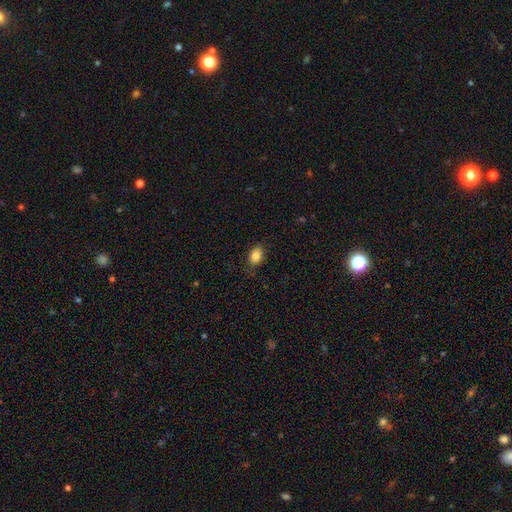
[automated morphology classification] smooth_or_featured: smooth (p=0.83) [alt: star or artifact p=0.09]
how_rounded: in between (p=0.81) [alt: round p=0.18]
merging: none (p=0.80) [alt: minor disturbance p=0.15]